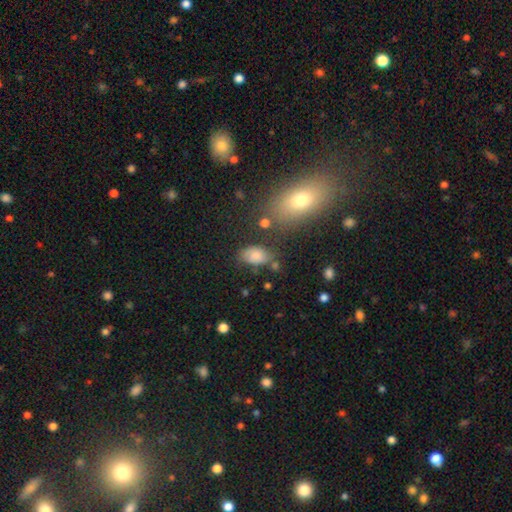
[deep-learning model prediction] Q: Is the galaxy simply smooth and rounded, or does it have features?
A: smooth — 75%.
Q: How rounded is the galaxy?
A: in between — 88%.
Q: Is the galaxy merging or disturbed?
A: none — 60%.